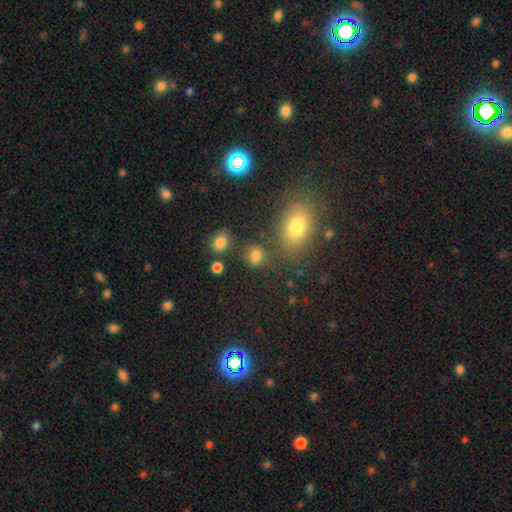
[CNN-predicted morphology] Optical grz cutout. It shows a smooth galaxy with no disk features (79%) that is round (61%). Merging: none (71%).